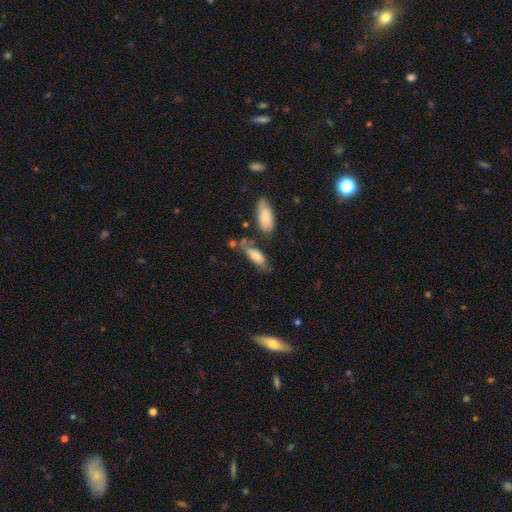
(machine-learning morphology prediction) Smooth or featured? smooth (71%)
How rounded? in between (65%)
Merging? none (48%)